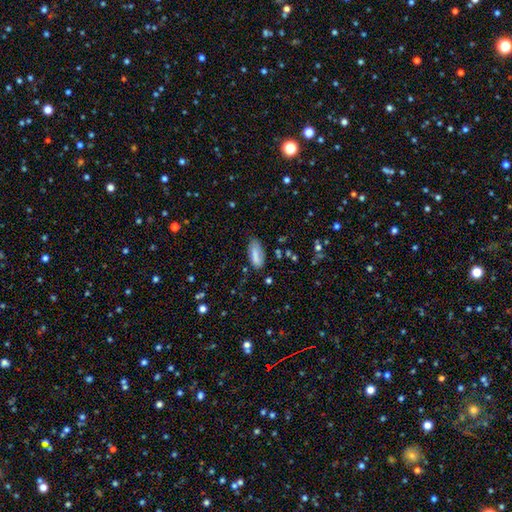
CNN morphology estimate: Smooth or featured?
  - smooth: 81% *
  - featured or disk: 12%
  - star or artifact: 7%
How rounded?
  - in between: 79% *
  - cigar-shaped: 19%
  - round: 2%
Merging?
  - none: 71% *
  - minor disturbance: 22%
  - major disturbance: 5%
  - merger: 2%